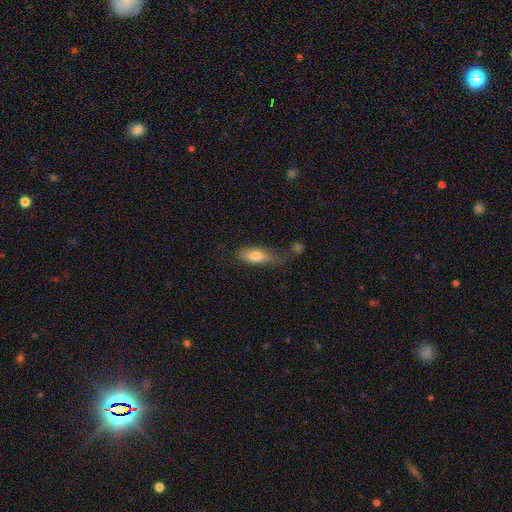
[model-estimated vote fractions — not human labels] Smooth or featured: smooth — 74% (featured or disk — 19%)
How rounded: in between — 69% (cigar-shaped — 29%)
Merging: none — 55% (minor disturbance — 29%)